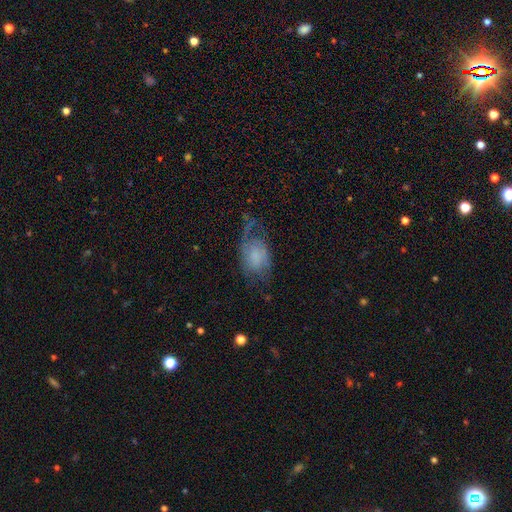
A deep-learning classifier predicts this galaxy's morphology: featured or disk 51%, smooth 40%, star or artifact 9%. Down the decision tree: edge-on disk — no (95%); merging — none (42%).